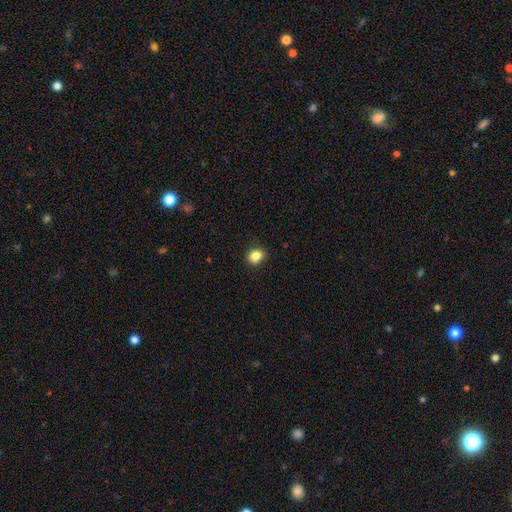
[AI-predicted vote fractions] Q: Smooth or featured?
A: smooth (85%); runner-up: star or artifact (10%)
Q: How rounded?
A: round (62%); runner-up: in between (37%)
Q: Merging?
A: none (87%); runner-up: minor disturbance (10%)